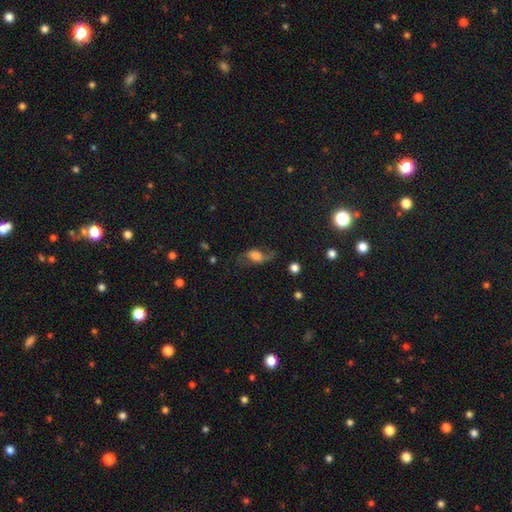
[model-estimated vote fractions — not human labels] smooth_or_featured: featured or disk (p=0.47) [alt: smooth p=0.40]
merging: none (p=0.47) [alt: major disturbance p=0.27]